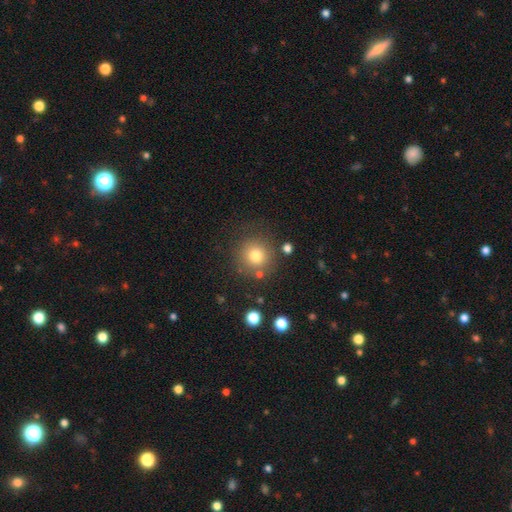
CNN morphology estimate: This appears to be a smooth galaxy with no disk features (77%) that is round (93%). Merging: none (80%).